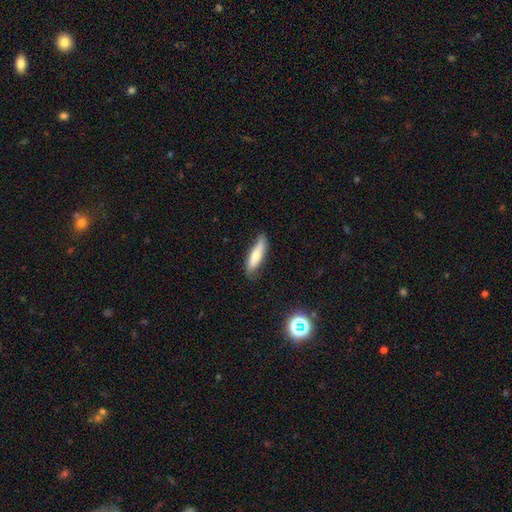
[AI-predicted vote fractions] smooth 67%, featured or disk 26%, star or artifact 7%. Down the decision tree: how rounded — cigar-shaped (67%); merging — none (72%).